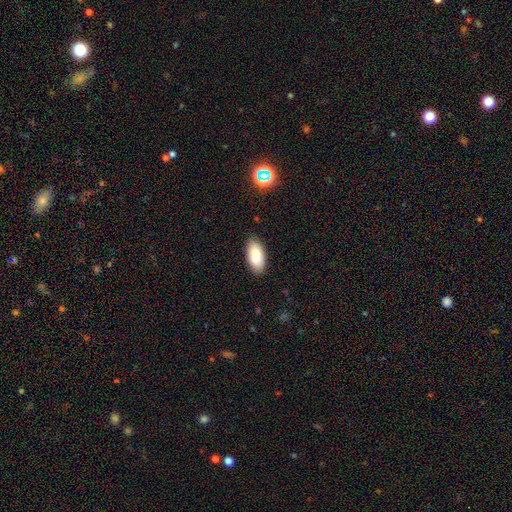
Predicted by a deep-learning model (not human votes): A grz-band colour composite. It shows a smooth galaxy with no disk features (88%) that is in between round and cigar-shaped (93%). Merging: none (87%).